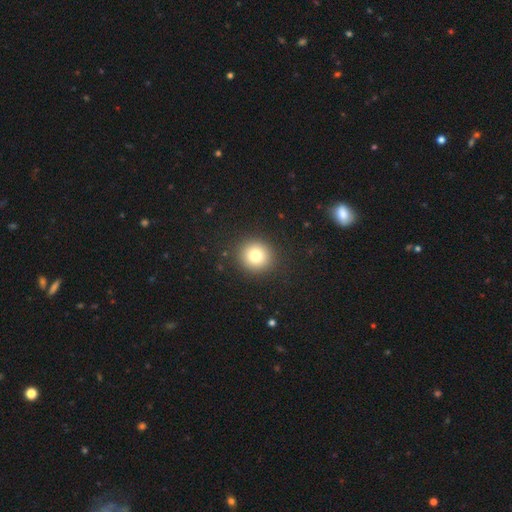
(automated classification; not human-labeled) A smooth galaxy with no disk features (79%) that is round (93%). Merging: none (91%).